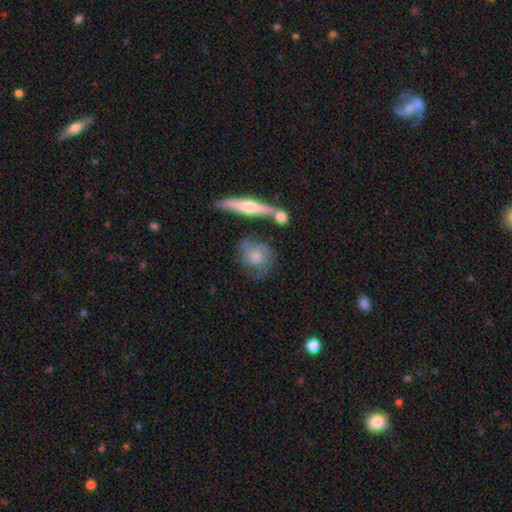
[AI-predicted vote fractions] smooth_or_featured: smooth (p=0.47) [alt: featured or disk p=0.46]
merging: none (p=0.52) [alt: minor disturbance p=0.23]